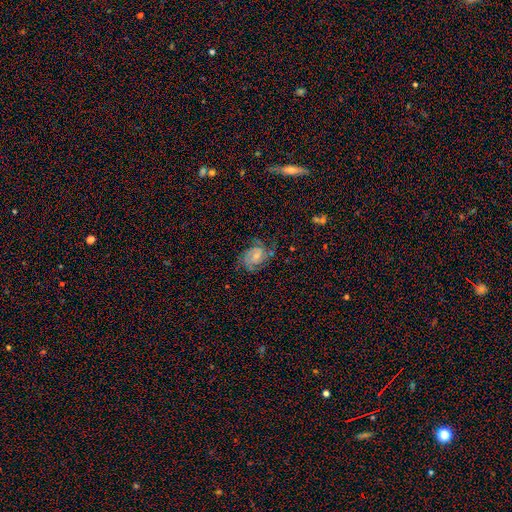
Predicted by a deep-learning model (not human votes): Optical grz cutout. It shows a featured or disk galaxy (70%) with no bar (54%), 2 (38%) tight (50%) spiral arms (92%) and a small central bulge (52%). Merging: none (64%).